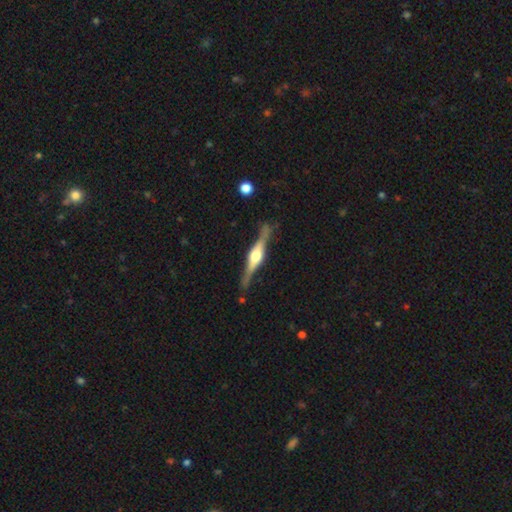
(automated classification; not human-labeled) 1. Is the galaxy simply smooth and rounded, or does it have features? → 85% featured or disk, 11% smooth, 5% star or artifact.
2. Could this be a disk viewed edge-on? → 98% yes, 2% no.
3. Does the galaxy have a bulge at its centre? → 90% rounded, 8% boxy, 2% none.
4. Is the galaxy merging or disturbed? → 85% none, 11% minor disturbance, 2% major disturbance, 2% merger.